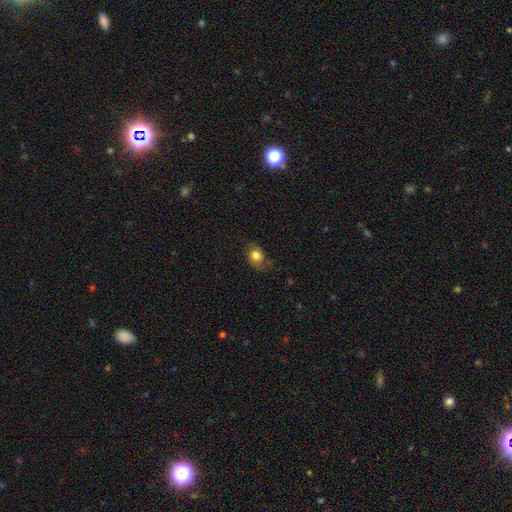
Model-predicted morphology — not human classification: Smooth or featured: smooth — 76% (featured or disk — 15%)
How rounded: round — 52% (in between — 47%)
Merging: none — 65% (minor disturbance — 25%)